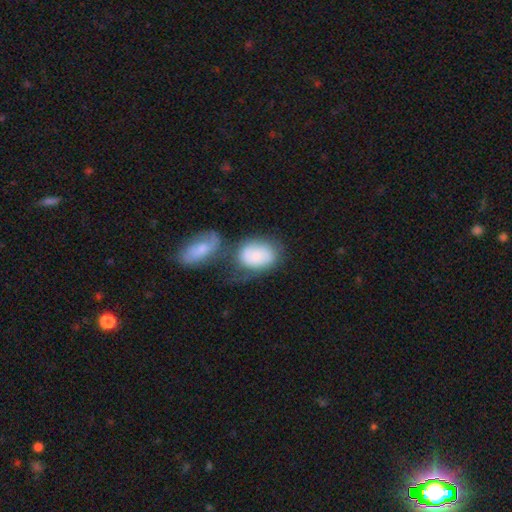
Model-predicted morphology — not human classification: A smooth galaxy with no disk features (70%) that is in between round and cigar-shaped (81%). Merging: none (37%).